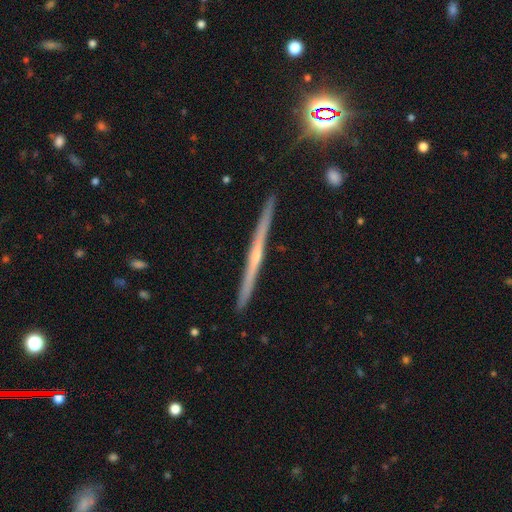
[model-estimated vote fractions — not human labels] Smooth or featured: featured or disk — 77% (smooth — 15%)
Edge-on disk: yes — 98% (no — 2%)
Edge-on bulge: rounded — 55% (none — 40%)
Merging: none — 91% (minor disturbance — 6%)